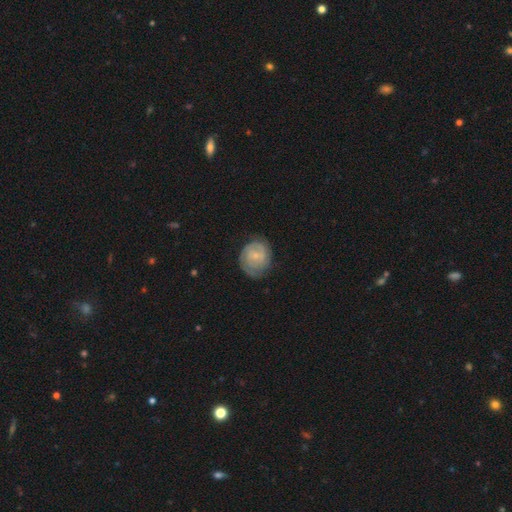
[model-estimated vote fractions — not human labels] A featured or disk galaxy (60%) with no bar (63%), 2 (42%) tight (63%) spiral arms (86%) and a small central bulge (75%).

Vote fractions:
- Smooth or featured? featured or disk: 60% / smooth: 34% / star or artifact: 6%
- Edge-on disk? no: 98% / yes: 2%
- Bar? no: 63% / weak: 32% / strong: 5%
- Spiral arms? yes: 86% / no: 14%
- Spiral winding? tight: 63% / medium: 28% / loose: 9%
- Spiral arm count? 2: 42% / can't tell: 35% / 3: 11% / 1: 6% / 4: 4% / more than 4: 3%
- Bulge size? small: 75% / moderate: 17% / none: 7% / large: 1% / dominant: 1%
- Merging? none: 69% / minor disturbance: 22% / major disturbance: 8% / merger: 1%